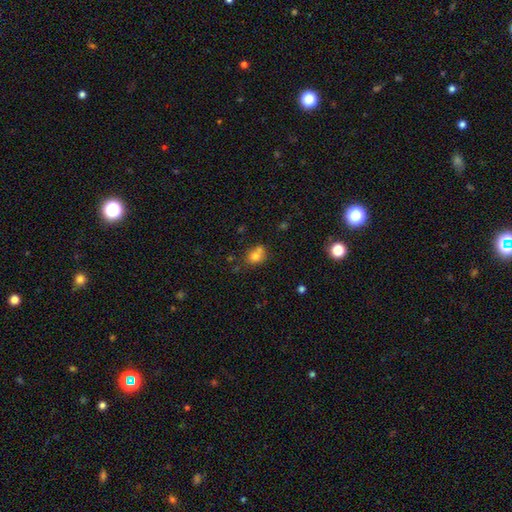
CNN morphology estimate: The model was most divided on "merging": none: 44%, merger: 38%, minor disturbance: 14%, major disturbance: 5%. More confident: smooth or featured — smooth (75%); how rounded — round (61%).